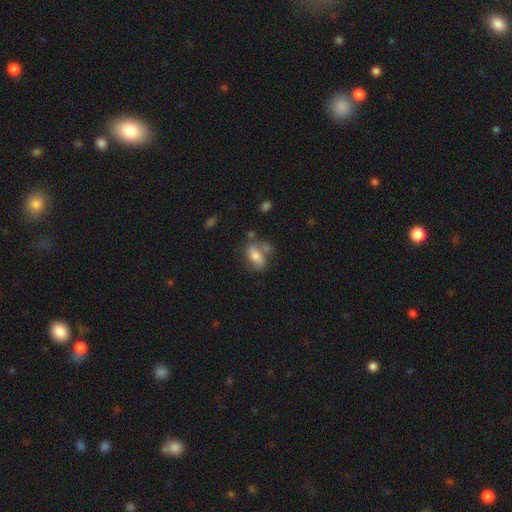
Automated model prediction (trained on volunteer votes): smooth 65%, featured or disk 26%, star or artifact 8%. Down the decision tree: how rounded — in between (85%); merging — none (52%).